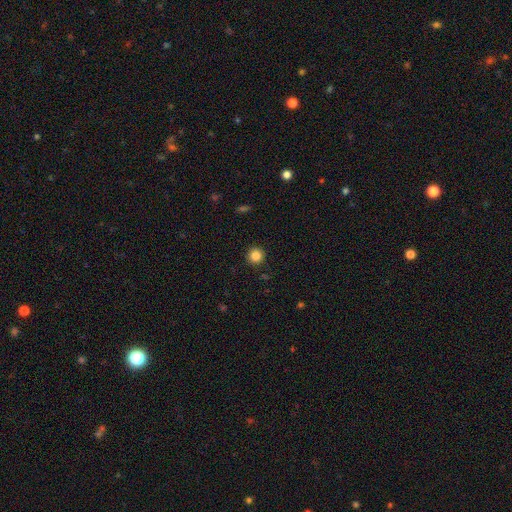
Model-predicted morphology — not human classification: Overall: smooth (85%). How rounded: round (95%). Merging: none (92%).